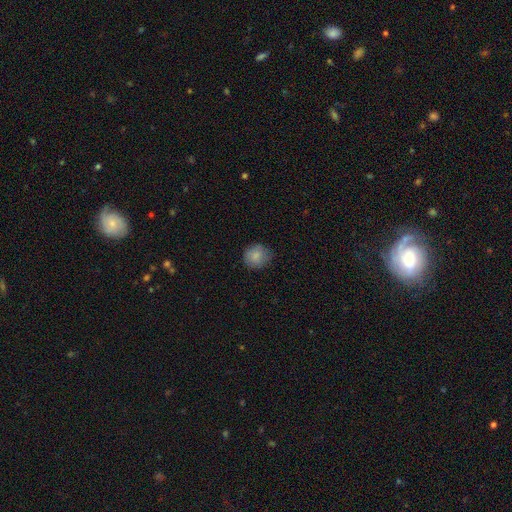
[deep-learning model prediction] A smooth galaxy with no disk features (85%) that is round (82%). Merging: none (77%).